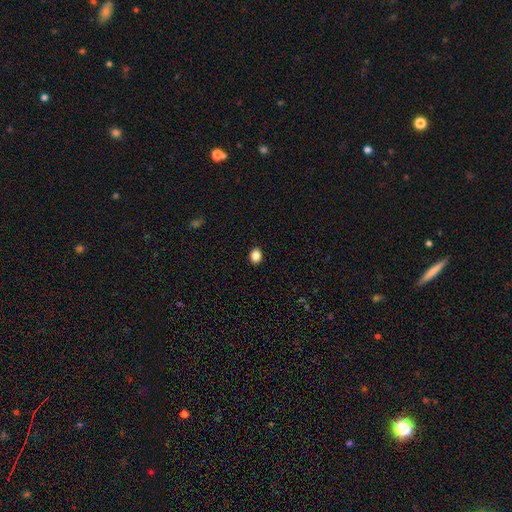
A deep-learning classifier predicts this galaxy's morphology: A smooth galaxy with no disk features (87%) that is in between round and cigar-shaped (55%).

Vote fractions:
- Smooth or featured? smooth: 87% / star or artifact: 10% / featured or disk: 3%
- How rounded? in between: 55% / round: 44% / cigar-shaped: 1%
- Merging? none: 91% / minor disturbance: 6% / major disturbance: 2% / merger: 1%